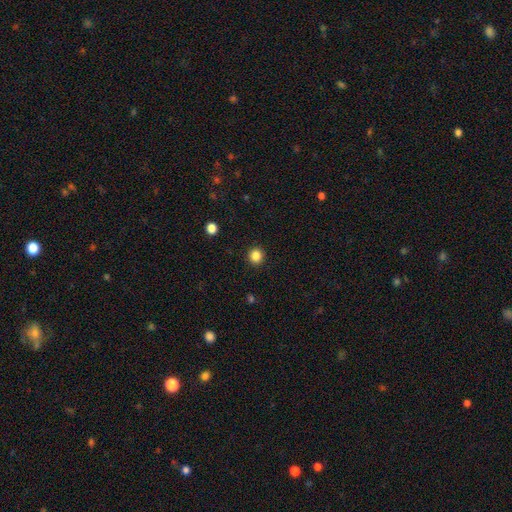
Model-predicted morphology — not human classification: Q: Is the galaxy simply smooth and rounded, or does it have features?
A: smooth — 85%.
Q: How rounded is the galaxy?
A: round — 90%.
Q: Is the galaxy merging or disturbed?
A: none — 92%.